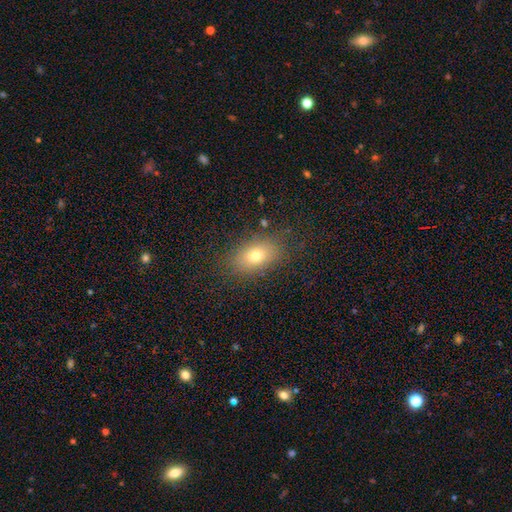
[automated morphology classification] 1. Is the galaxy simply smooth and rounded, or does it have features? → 73% smooth, 15% featured or disk, 12% star or artifact.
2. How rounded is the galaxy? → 83% in between, 14% round, 3% cigar-shaped.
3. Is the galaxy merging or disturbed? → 82% none, 12% minor disturbance, 5% major disturbance, 1% merger.